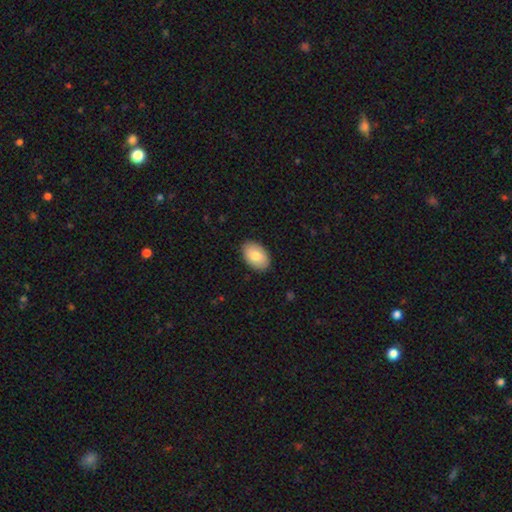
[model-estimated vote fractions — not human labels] The model was most divided on "smooth or featured": smooth: 81%, featured or disk: 13%, star or artifact: 6%. More confident: how rounded — in between (90%); merging — none (89%).